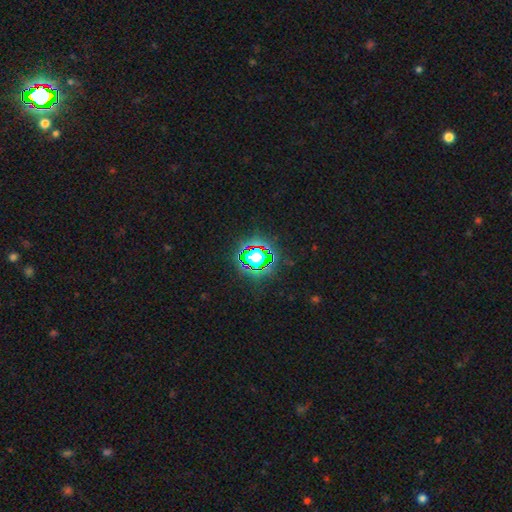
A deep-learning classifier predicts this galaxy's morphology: This is likely a star or artifact rather than a galaxy (80%).